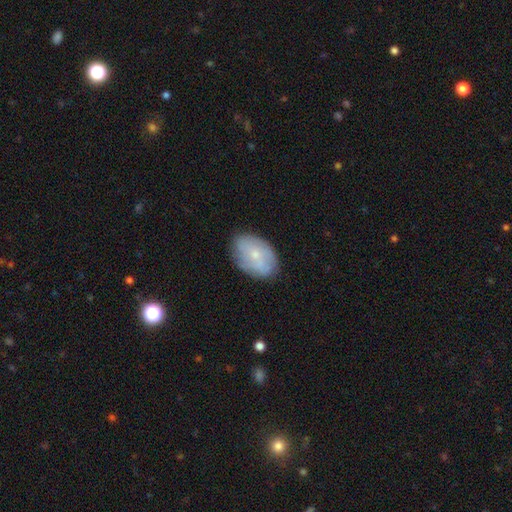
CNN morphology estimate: Overall: smooth (52%; featured or disk 41%). How rounded: in between (86%). Merging: none (78%).